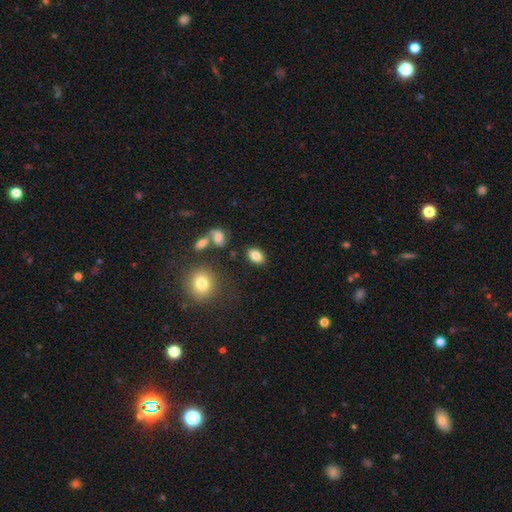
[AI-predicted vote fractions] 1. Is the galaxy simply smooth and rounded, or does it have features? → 83% smooth, 9% star or artifact, 8% featured or disk.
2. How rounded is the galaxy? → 85% in between, 13% round, 2% cigar-shaped.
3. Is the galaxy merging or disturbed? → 83% none, 9% minor disturbance, 4% merger, 3% major disturbance.